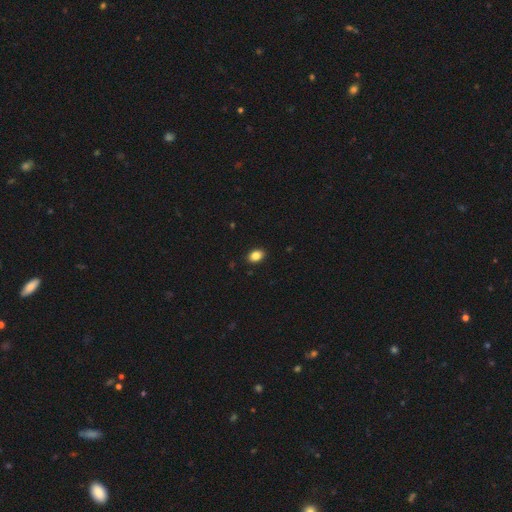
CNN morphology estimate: This appears to be a smooth galaxy with no disk features (86%) that is in between round and cigar-shaped (78%). Merging: none (90%).